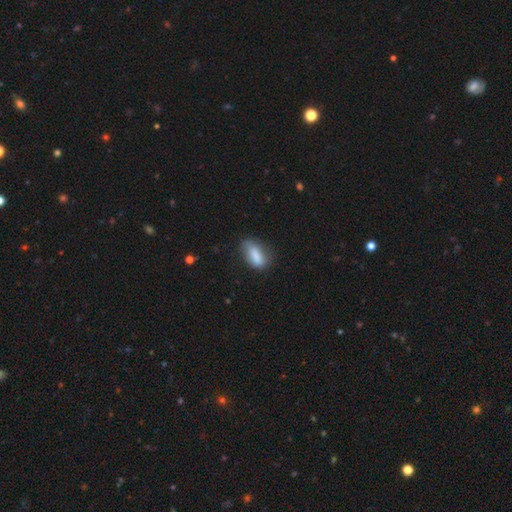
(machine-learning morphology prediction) Smooth or featured: smooth — 78% (featured or disk — 14%)
How rounded: in between — 78% (cigar-shaped — 17%)
Merging: none — 60% (minor disturbance — 29%)